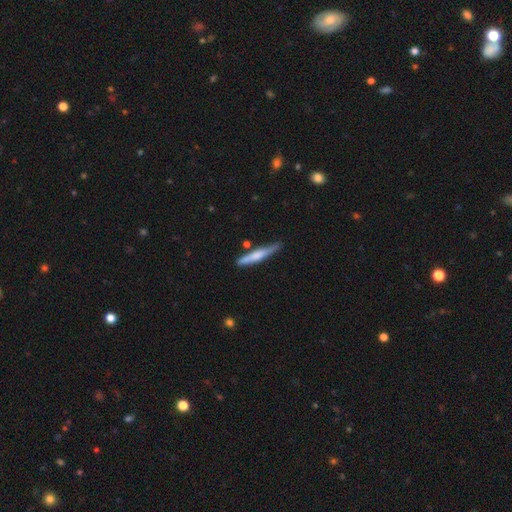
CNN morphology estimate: A smooth galaxy with no disk features (55%) that is cigar-shaped (93%). Merging: none (73%).